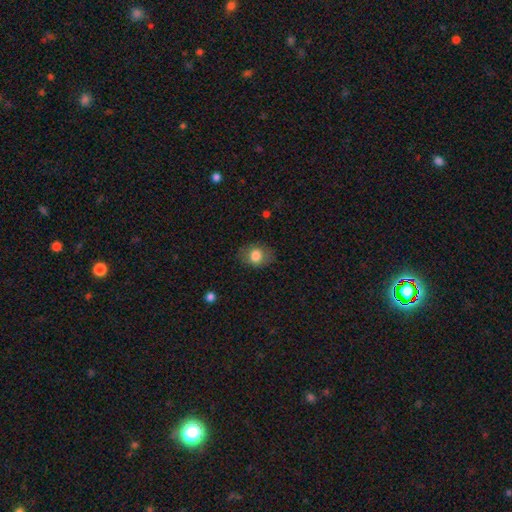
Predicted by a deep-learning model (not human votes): smooth 79%, featured or disk 12%, star or artifact 9%. Down the decision tree: how rounded — in between (52%); merging — none (78%).